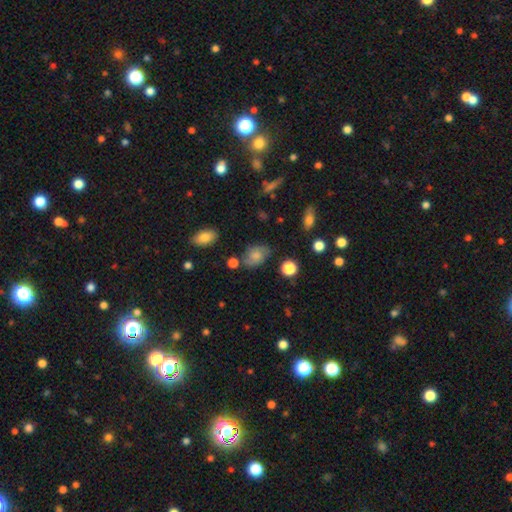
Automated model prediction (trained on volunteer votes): Smooth or featured?
  - smooth: 52% *
  - featured or disk: 37%
  - star or artifact: 12%
How rounded?
  - in between: 74% *
  - round: 24%
  - cigar-shaped: 2%
Merging?
  - none: 67% *
  - minor disturbance: 22%
  - major disturbance: 7%
  - merger: 4%